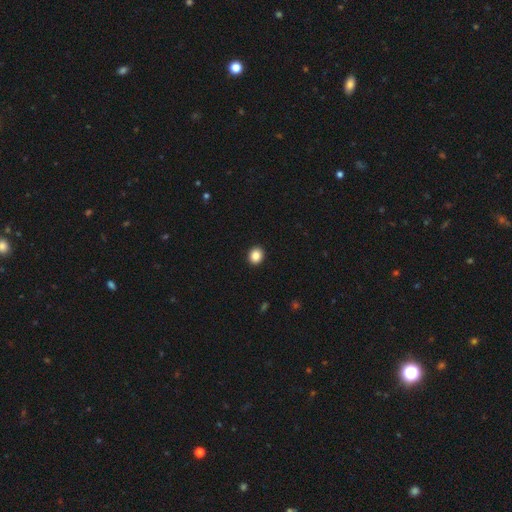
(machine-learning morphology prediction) type=smooth (87%); roundness=round (70%); merging=none (93%).